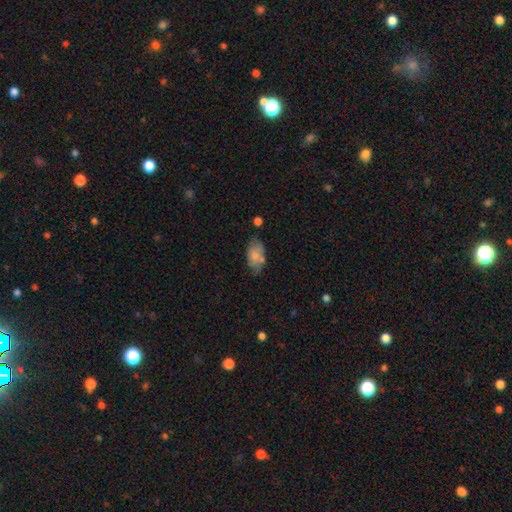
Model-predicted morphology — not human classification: Q: Smooth or featured?
A: smooth (76%); runner-up: featured or disk (17%)
Q: How rounded?
A: in between (93%); runner-up: round (5%)
Q: Merging?
A: none (57%); runner-up: minor disturbance (26%)